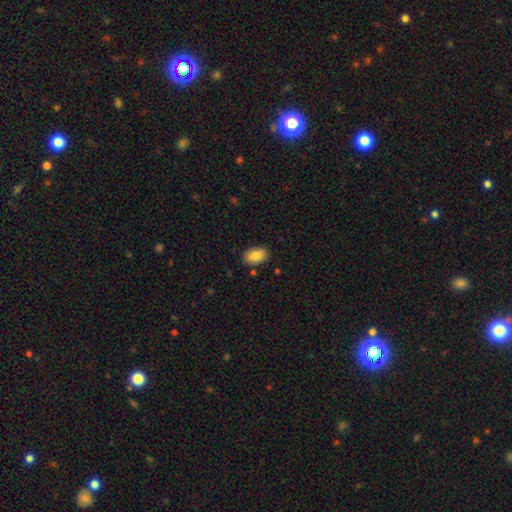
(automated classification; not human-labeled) Morphology: type=smooth (86%); roundness=in between (92%); merging=none (86%).